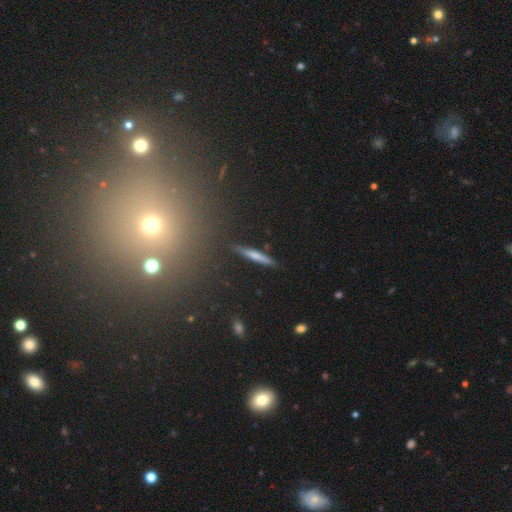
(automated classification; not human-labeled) A smooth galaxy with no disk features (59%) that is cigar-shaped (93%). Merging: none (86%).